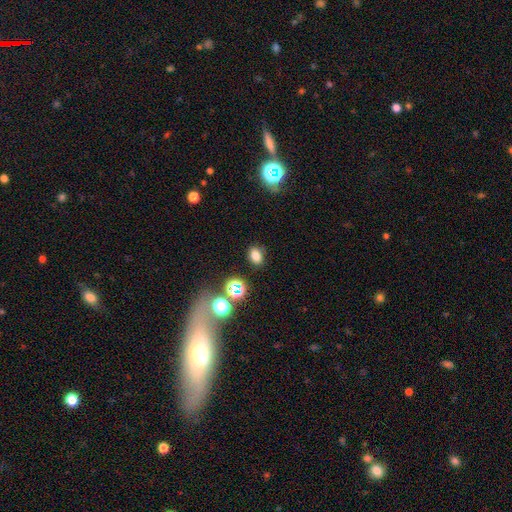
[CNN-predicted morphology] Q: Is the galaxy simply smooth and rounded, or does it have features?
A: smooth — 76%.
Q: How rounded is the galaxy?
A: in between — 72%.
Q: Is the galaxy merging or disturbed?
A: none — 84%.